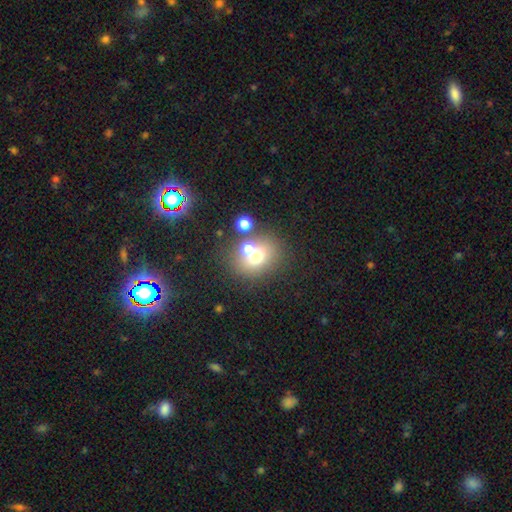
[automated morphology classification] The model was most divided on "merging": none: 52%, merger: 33%, minor disturbance: 10%, major disturbance: 5%. More confident: how rounded — round (66%); smooth or featured — smooth (64%).